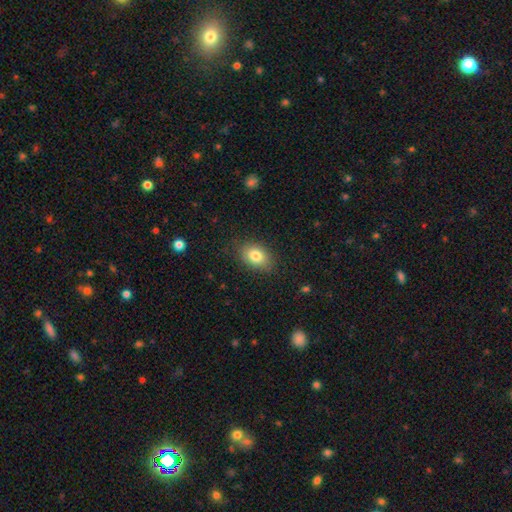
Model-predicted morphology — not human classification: smooth 81%, featured or disk 10%, star or artifact 9%. Down the decision tree: how rounded — in between (79%); merging — none (84%).